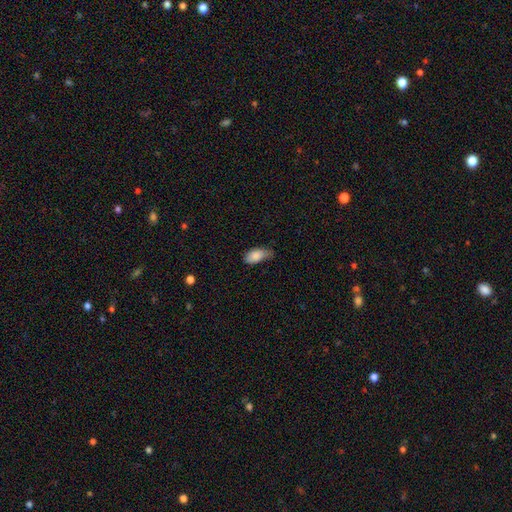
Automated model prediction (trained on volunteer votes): smooth 85%, featured or disk 8%, star or artifact 7%. Down the decision tree: how rounded — in between (93%); merging — none (44%, tied with minor disturbance).